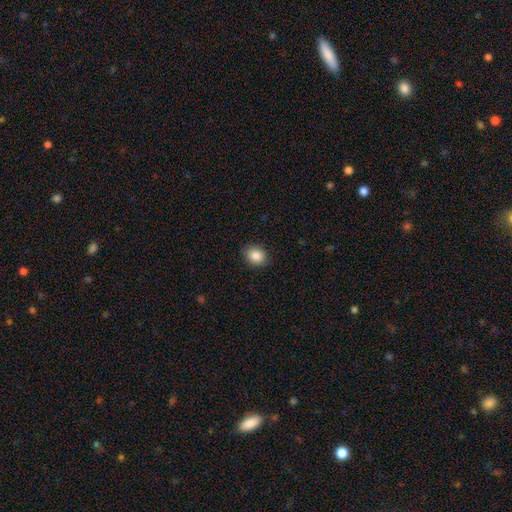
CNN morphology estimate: Q: Smooth or featured?
A: smooth (87%); runner-up: star or artifact (9%)
Q: How rounded?
A: round (53%); runner-up: in between (46%)
Q: Merging?
A: none (87%); runner-up: minor disturbance (10%)